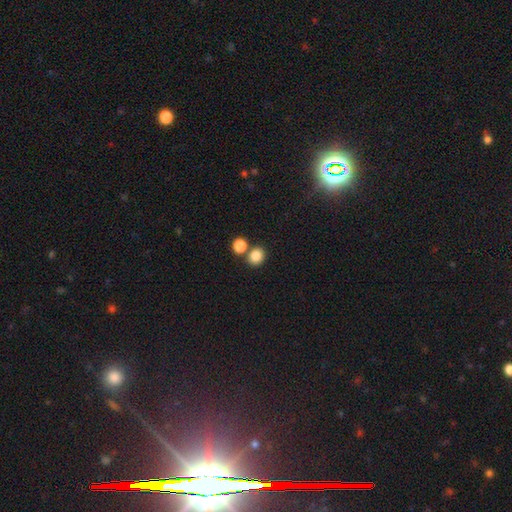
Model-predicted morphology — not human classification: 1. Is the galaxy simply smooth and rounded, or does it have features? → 84% smooth, 11% star or artifact, 5% featured or disk.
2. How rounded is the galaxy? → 74% round, 25% in between, 1% cigar-shaped.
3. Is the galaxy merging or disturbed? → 67% none, 23% merger, 8% minor disturbance, 3% major disturbance.